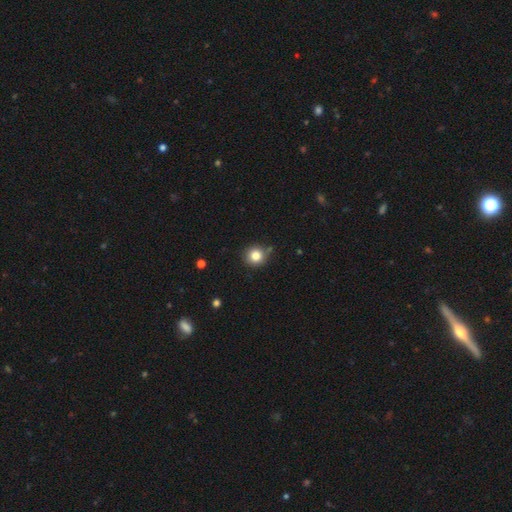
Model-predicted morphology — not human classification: type=smooth (83%); roundness=round (92%); merging=none (80%).